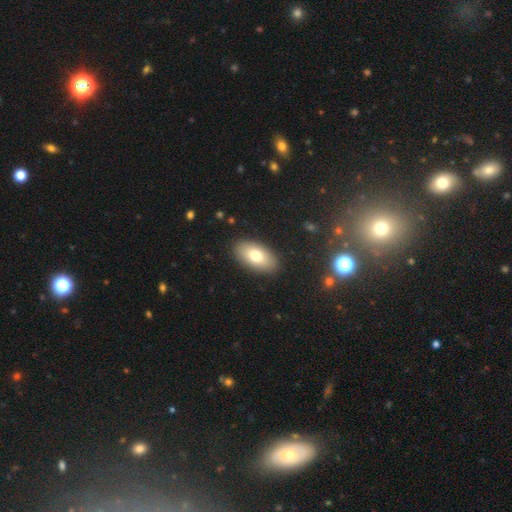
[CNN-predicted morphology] A smooth galaxy with no disk features (76%) that is in between round and cigar-shaped (94%). Merging: none (89%).